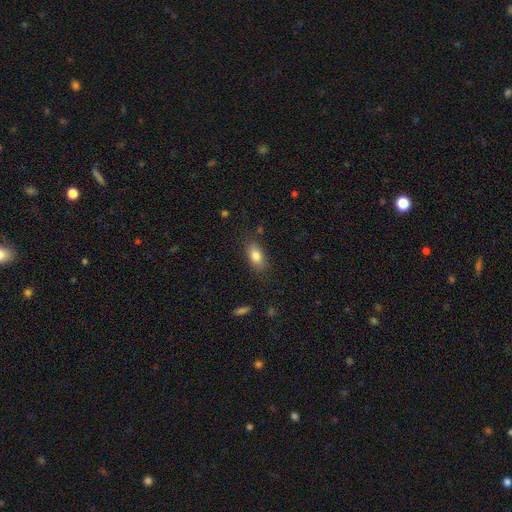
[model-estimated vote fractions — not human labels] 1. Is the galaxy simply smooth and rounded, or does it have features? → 82% smooth, 9% featured or disk, 8% star or artifact.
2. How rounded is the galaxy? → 87% in between, 7% cigar-shaped, 6% round.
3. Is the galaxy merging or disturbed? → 82% none, 13% minor disturbance, 4% major disturbance, 2% merger.